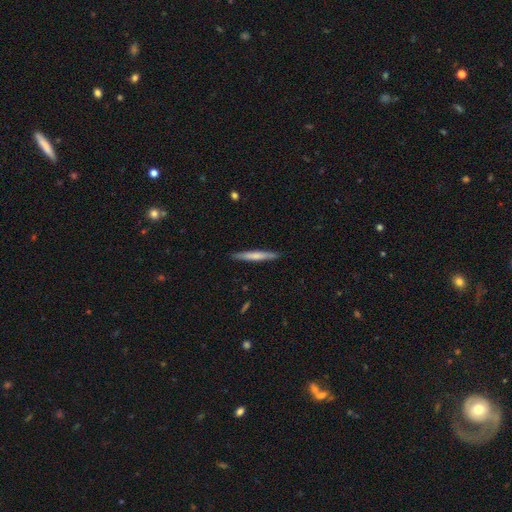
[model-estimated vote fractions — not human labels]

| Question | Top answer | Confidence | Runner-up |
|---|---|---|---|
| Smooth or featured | smooth | 58% | featured or disk (37%) |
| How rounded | cigar-shaped | 95% | in between (3%) |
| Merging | none | 90% | minor disturbance (8%) |